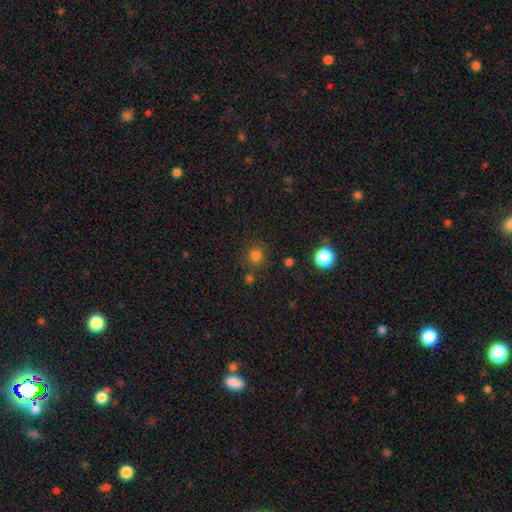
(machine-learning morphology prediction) smooth 79%, star or artifact 16%, featured or disk 5%. Down the decision tree: how rounded — round (90%); merging — none (80%).